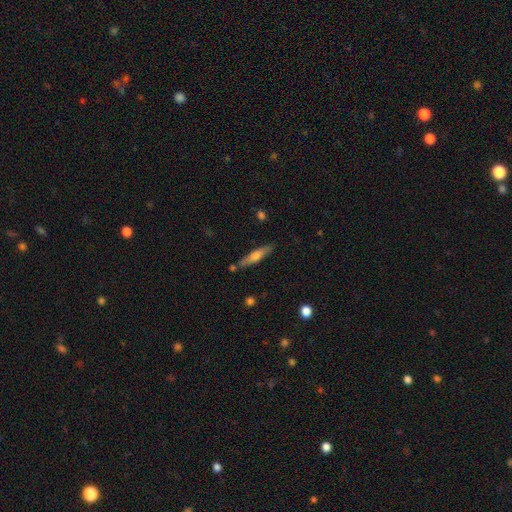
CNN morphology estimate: This is possibly a smooth galaxy (58%). How rounded: clearly cigar-shaped (84%). Merging: likely none (79%).